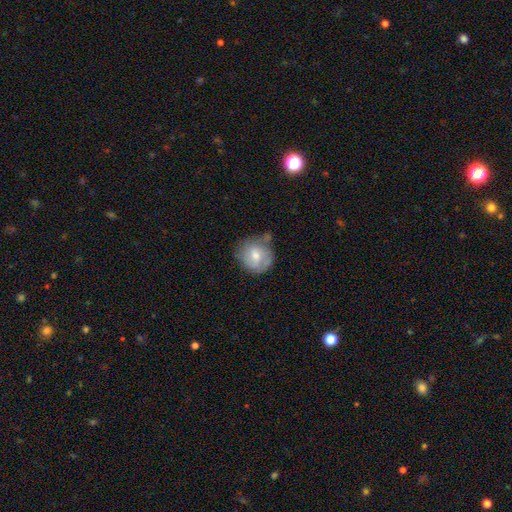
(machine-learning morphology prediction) Smooth or featured? Predicted: smooth (p=0.65). How rounded? Predicted: round (p=0.85). Merging? Predicted: none (p=0.51).